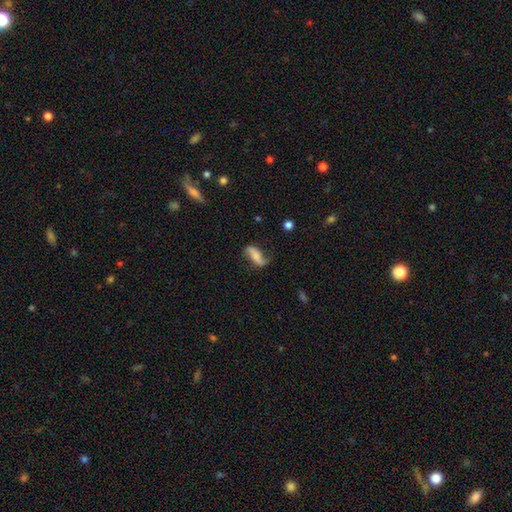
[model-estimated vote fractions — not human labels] featured or disk 48%, smooth 44%, star or artifact 8%. Down the decision tree: merging — none (62%).